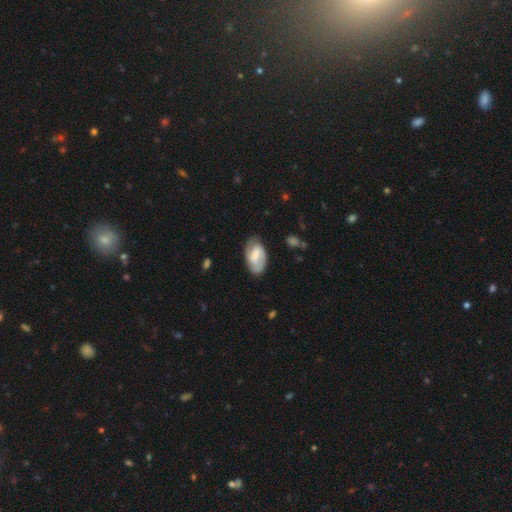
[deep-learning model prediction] Morphology: type=featured or disk (54%); edge-on=no (96%); bar=weak (48%); spiral arms=yes (82%); bulge=moderate (32%); merging=none (72%).